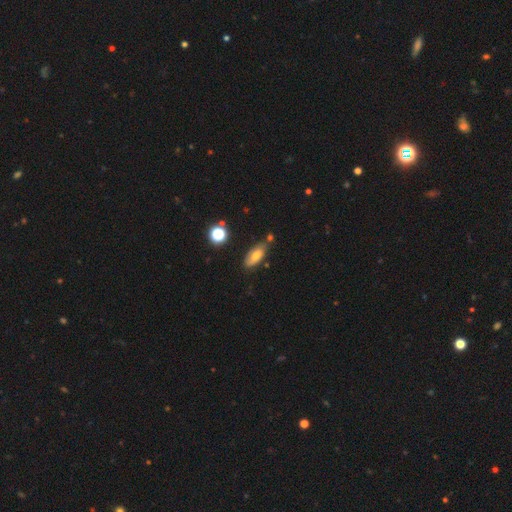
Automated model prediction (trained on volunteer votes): smooth 63%, featured or disk 26%, star or artifact 11%. Down the decision tree: how rounded — in between (80%); merging — none (66%).